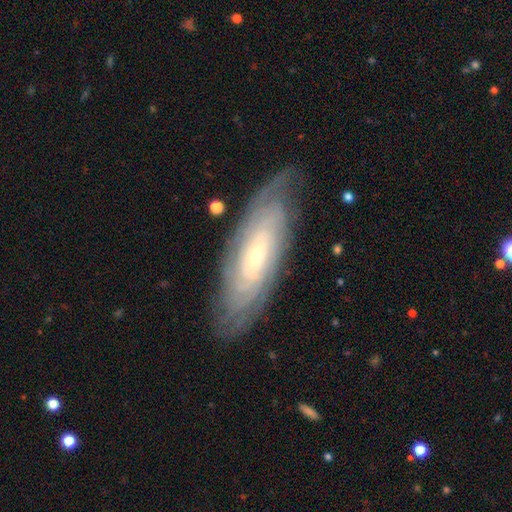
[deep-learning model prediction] Smooth or featured? Predicted: featured or disk (p=0.79). Edge-on disk? Predicted: no (p=0.86). Bar? Predicted: no (p=0.70). Spiral arms? Predicted: yes (p=0.91). Spiral winding? Predicted: tight (p=0.80). Spiral arm count? Predicted: can't tell (p=0.58). Bulge size? Predicted: small (p=0.71). Merging? Predicted: none (p=0.78).